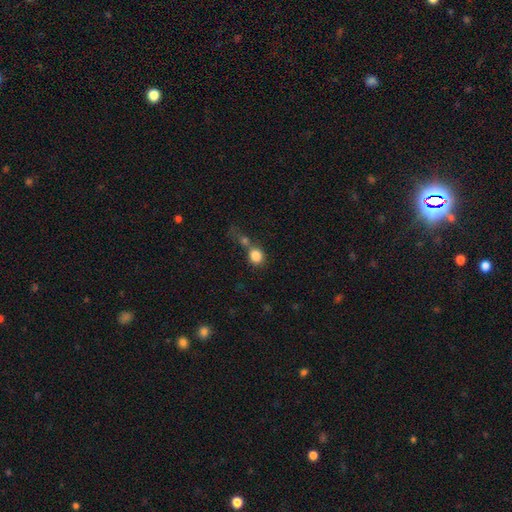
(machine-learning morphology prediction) smooth-or-featured: smooth: 83% | star or artifact: 10% | featured or disk: 7%
  how-rounded: round: 78% | in between: 20% | cigar-shaped: 1%
  merging: merger: 44% | none: 38% | minor disturbance: 10% | major disturbance: 8%